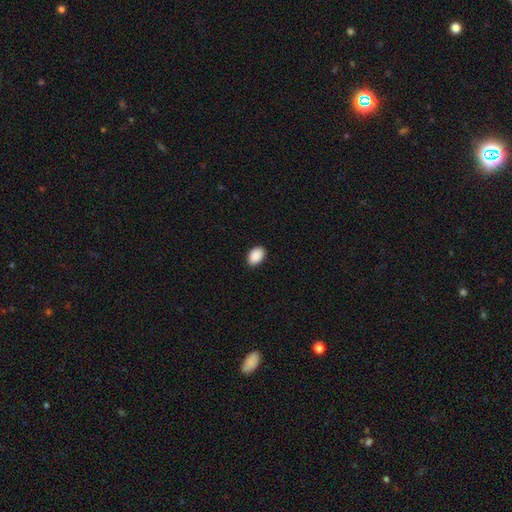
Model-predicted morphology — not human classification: Q: Smooth or featured?
A: smooth (91%); runner-up: star or artifact (7%)
Q: How rounded?
A: in between (85%); runner-up: round (14%)
Q: Merging?
A: none (89%); runner-up: minor disturbance (8%)